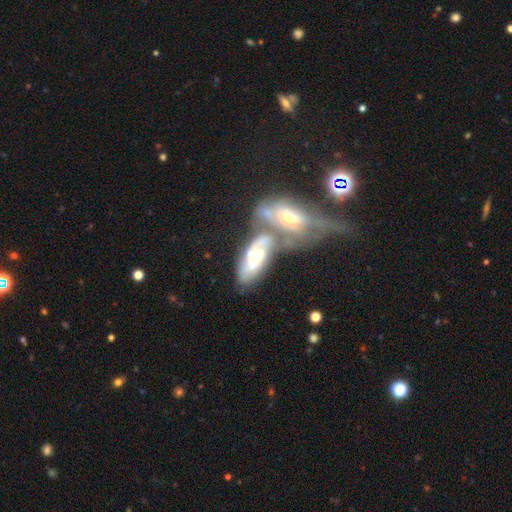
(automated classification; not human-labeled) Smooth or featured: featured or disk — 68% (smooth — 26%)
Edge-on disk: no — 86% (yes — 14%)
Bar: no — 59% (weak — 29%)
Spiral arms: yes — 70% (no — 30%)
Bulge size: moderate — 68% (small — 16%)
Merging: merger — 53% (none — 27%)